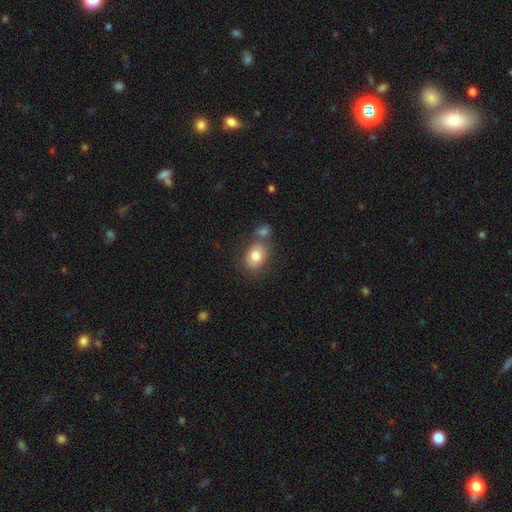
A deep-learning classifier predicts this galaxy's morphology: smooth-or-featured: smooth: 78% | featured or disk: 14% | star or artifact: 8%
  how-rounded: in between: 62% | round: 37% | cigar-shaped: 1%
  merging: none: 53% | merger: 28% | minor disturbance: 14% | major disturbance: 5%